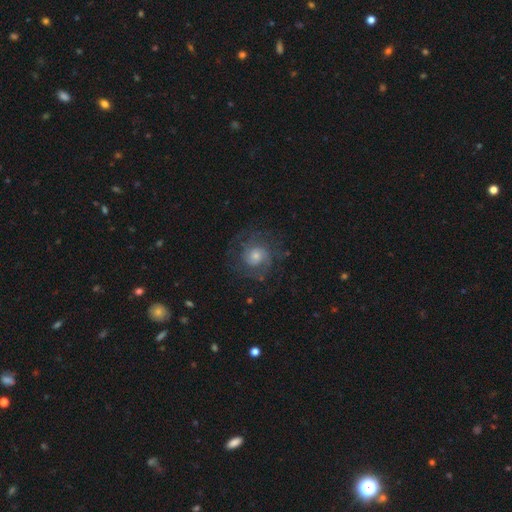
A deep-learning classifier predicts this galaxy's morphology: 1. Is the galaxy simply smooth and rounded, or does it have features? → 65% featured or disk, 23% smooth, 11% star or artifact.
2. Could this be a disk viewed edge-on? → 98% no, 2% yes.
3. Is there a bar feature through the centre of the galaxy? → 73% no, 23% weak, 4% strong.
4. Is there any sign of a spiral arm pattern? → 88% yes, 12% no.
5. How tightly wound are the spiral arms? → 50% tight, 38% medium, 12% loose.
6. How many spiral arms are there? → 41% 2, 33% can't tell, 12% 3, 5% 1, 5% 4, 4% more than 4.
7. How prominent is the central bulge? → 49% moderate, 36% small, 10% large, 3% none, 2% dominant.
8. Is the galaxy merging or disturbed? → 74% none, 14% minor disturbance, 11% major disturbance, 1% merger.